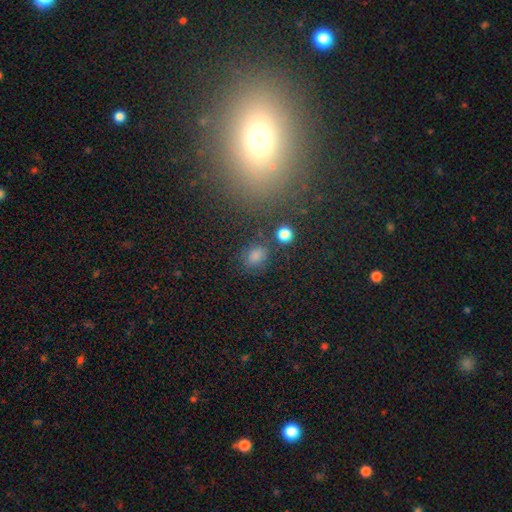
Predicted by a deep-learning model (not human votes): Smooth or featured? Predicted: smooth (p=0.77). How rounded? Predicted: in between (p=0.53). Merging? Predicted: none (p=0.72).